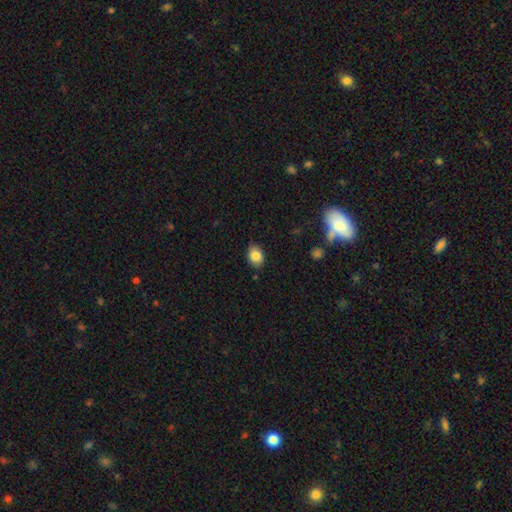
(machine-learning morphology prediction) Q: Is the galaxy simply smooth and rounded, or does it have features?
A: smooth — 84%.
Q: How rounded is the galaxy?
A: in between — 72%.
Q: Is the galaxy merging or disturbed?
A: none — 84%.